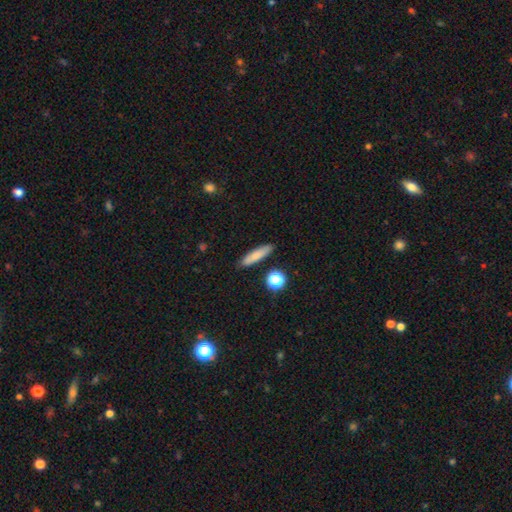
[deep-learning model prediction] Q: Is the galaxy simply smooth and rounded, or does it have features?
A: smooth — 78%.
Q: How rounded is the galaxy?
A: cigar-shaped — 75%.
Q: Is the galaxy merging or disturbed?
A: none — 86%.